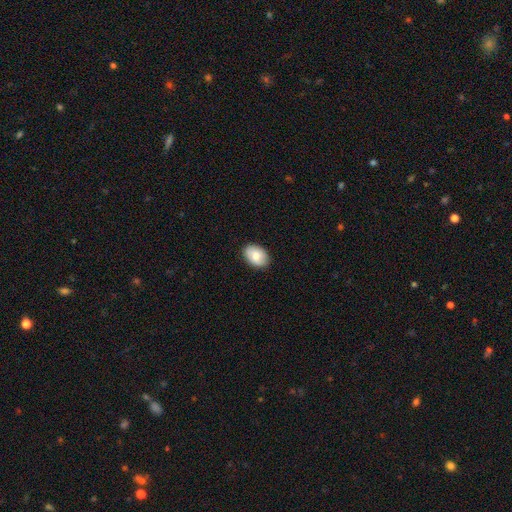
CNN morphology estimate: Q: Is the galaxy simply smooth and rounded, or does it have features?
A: smooth — 79%.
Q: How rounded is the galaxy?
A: in between — 85%.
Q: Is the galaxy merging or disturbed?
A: none — 88%.